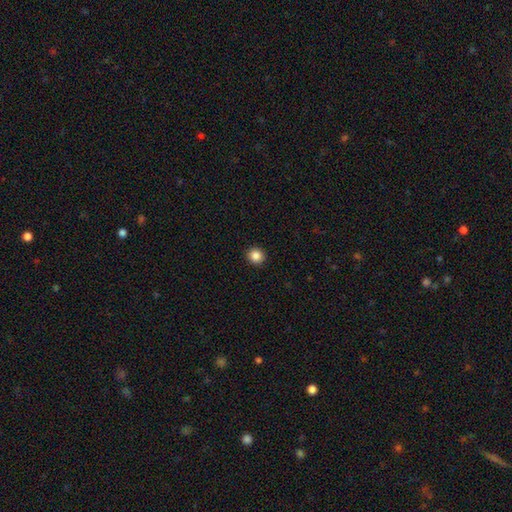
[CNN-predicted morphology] smooth-or-featured: smooth: 86% | star or artifact: 10% | featured or disk: 4%
  how-rounded: round: 91% | in between: 8% | cigar-shaped: 1%
  merging: none: 93% | minor disturbance: 4% | major disturbance: 2% | merger: 1%